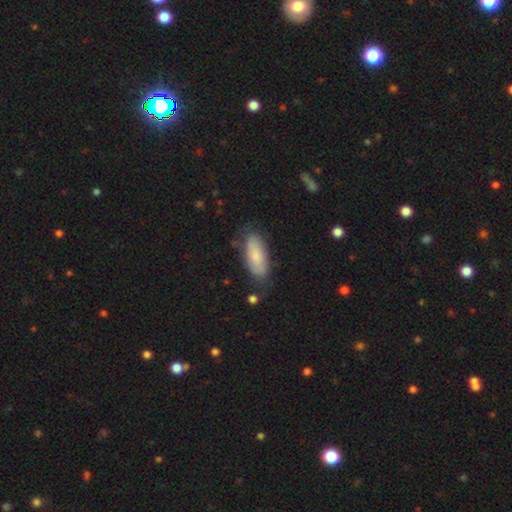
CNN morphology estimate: This is likely a smooth galaxy (73%). How rounded: clearly in between (80%). Merging: likely none (69%).